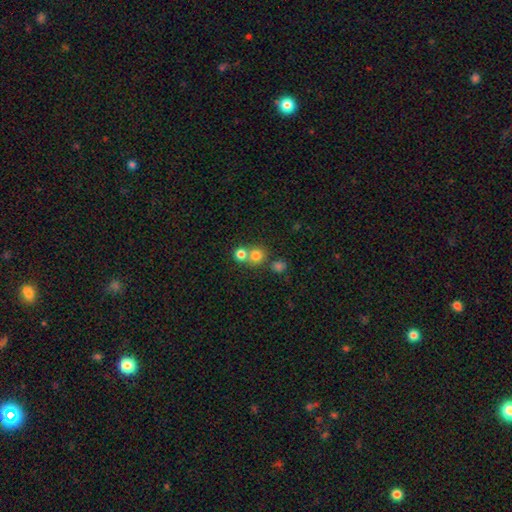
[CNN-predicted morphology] Smooth or featured: smooth — 77% (star or artifact — 15%)
How rounded: round — 90% (in between — 9%)
Merging: none — 54% (merger — 38%)